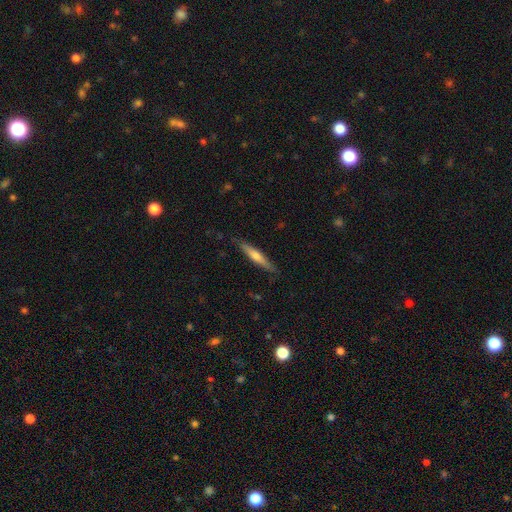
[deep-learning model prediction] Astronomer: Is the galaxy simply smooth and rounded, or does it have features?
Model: featured or disk — 48% (runner-up: smooth, 46%).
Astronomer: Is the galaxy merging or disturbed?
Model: none — 86%.